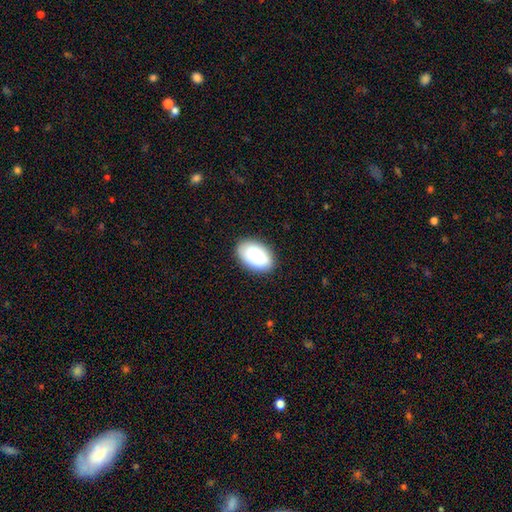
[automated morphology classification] smooth-or-featured: smooth: 87% | featured or disk: 7% | star or artifact: 6%
  how-rounded: in between: 92% | round: 6% | cigar-shaped: 1%
  merging: none: 86% | minor disturbance: 10% | major disturbance: 2% | merger: 1%